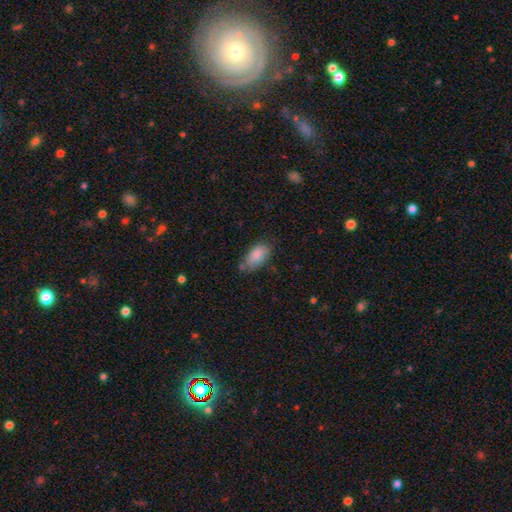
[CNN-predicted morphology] A smooth galaxy with no disk features (86%) that is in between round and cigar-shaped (92%). Merging: none (64%).